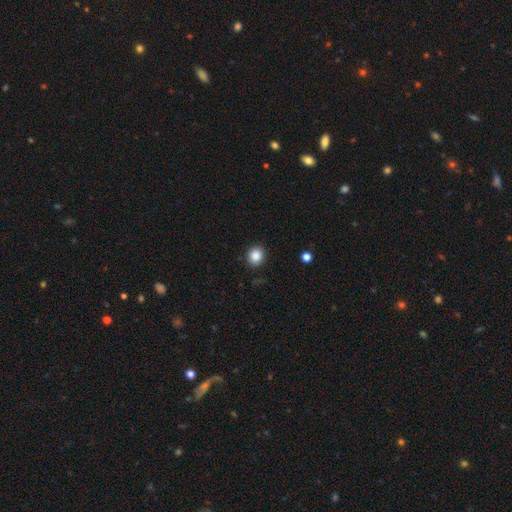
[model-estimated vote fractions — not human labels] This is clearly a smooth galaxy (87%). How rounded: likely round (76%). Merging: clearly none (89%).